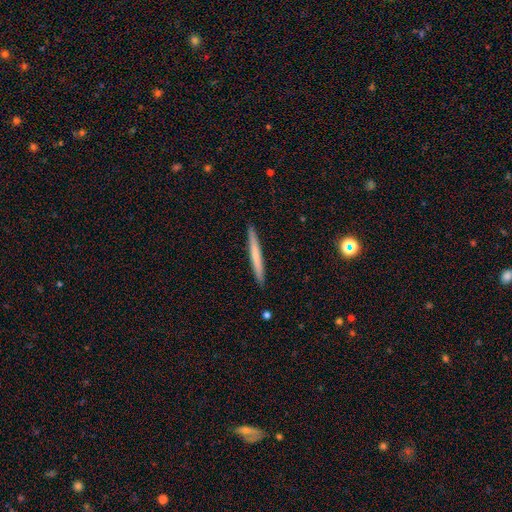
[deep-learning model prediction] smooth-or-featured: smooth: 62% | featured or disk: 32% | star or artifact: 6%
  how-rounded: cigar-shaped: 97% | in between: 2% | round: 1%
  merging: none: 92% | minor disturbance: 5% | major disturbance: 1% | merger: 1%